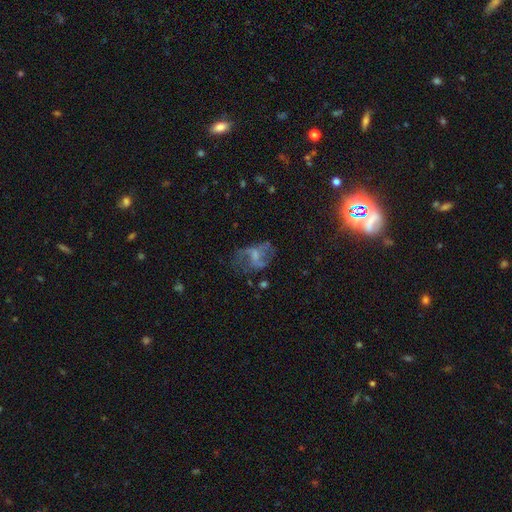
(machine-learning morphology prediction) This appears to be a featured or disk galaxy (60%) with no bar (51%), spiral arms (53%) and no central bulge (40%). Merging: major disturbance (38%, tied with none).